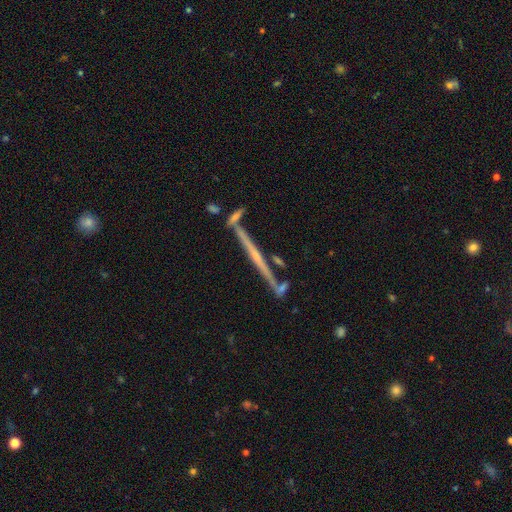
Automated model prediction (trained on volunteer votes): This appears to be a featured or disk galaxy (76%) viewed edge-on (97%) with no central bulge (51%). Merging: none (80%).